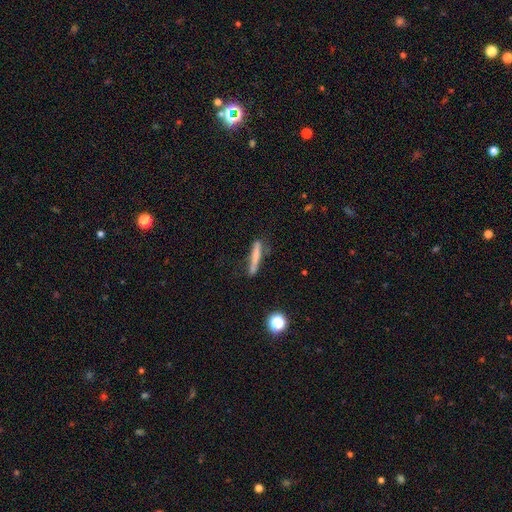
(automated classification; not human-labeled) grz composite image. It shows a smooth galaxy with no disk features (63%) that is cigar-shaped (93%). Merging: none (71%).